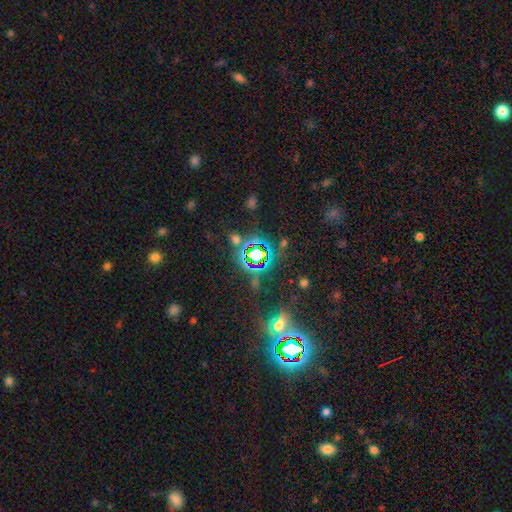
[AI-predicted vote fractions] Q: Smooth or featured?
A: star or artifact (74%); runner-up: smooth (17%)